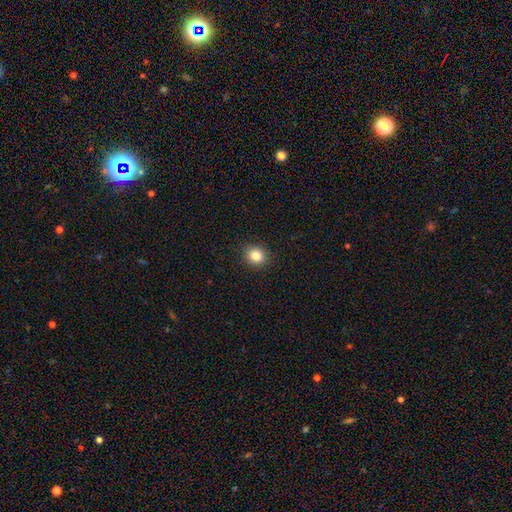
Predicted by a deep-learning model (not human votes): Smooth or featured? smooth (84%)
How rounded? round (76%)
Merging? none (91%)